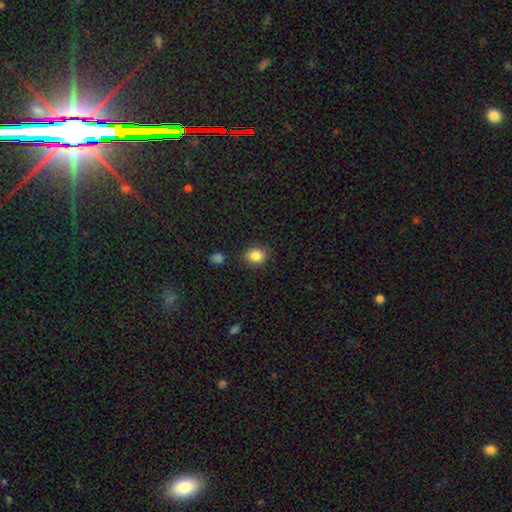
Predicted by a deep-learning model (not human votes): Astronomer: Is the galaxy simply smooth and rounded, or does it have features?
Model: smooth — 85%.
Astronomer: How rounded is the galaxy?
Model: round — 71%.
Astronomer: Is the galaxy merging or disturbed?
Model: none — 86%.